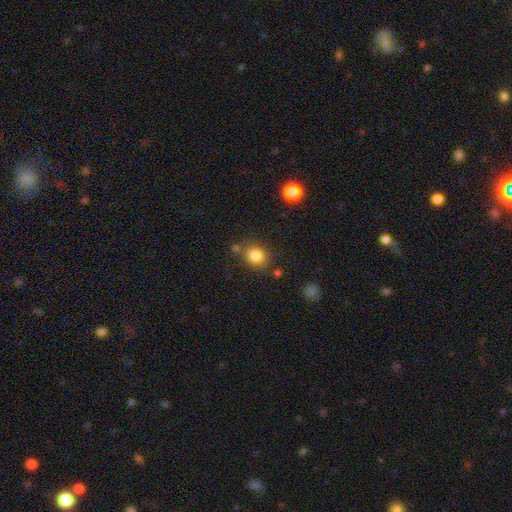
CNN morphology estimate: Smooth or featured? Predicted: smooth (p=0.83). How rounded? Predicted: round (p=0.75). Merging? Predicted: none (p=0.77).